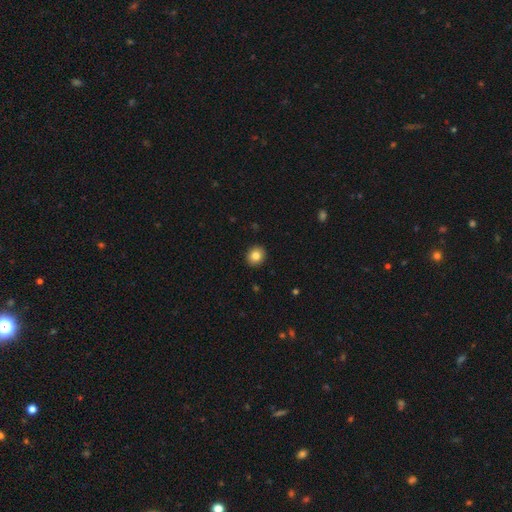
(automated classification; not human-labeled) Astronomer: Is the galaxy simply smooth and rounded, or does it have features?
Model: smooth — 83%.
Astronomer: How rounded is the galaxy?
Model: round — 79%.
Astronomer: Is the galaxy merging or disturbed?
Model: none — 92%.